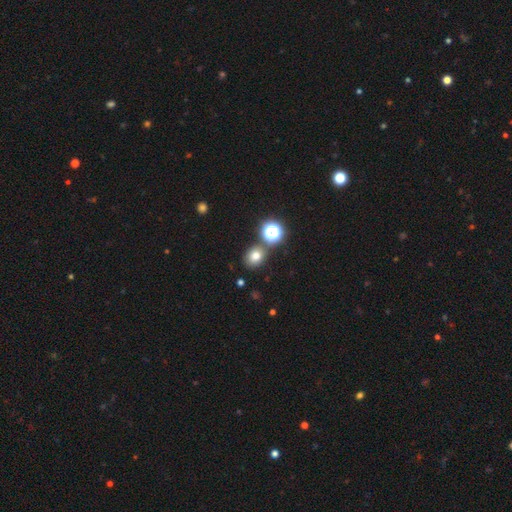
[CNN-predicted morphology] A smooth galaxy with no disk features (73%) that is round (59%). Merging: none (76%).